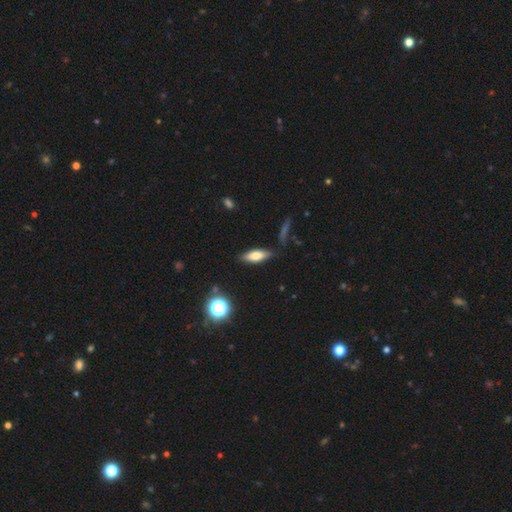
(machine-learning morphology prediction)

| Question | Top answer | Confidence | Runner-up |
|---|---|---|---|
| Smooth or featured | smooth | 67% | featured or disk (23%) |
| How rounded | in between | 59% | cigar-shaped (38%) |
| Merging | none | 83% | minor disturbance (12%) |